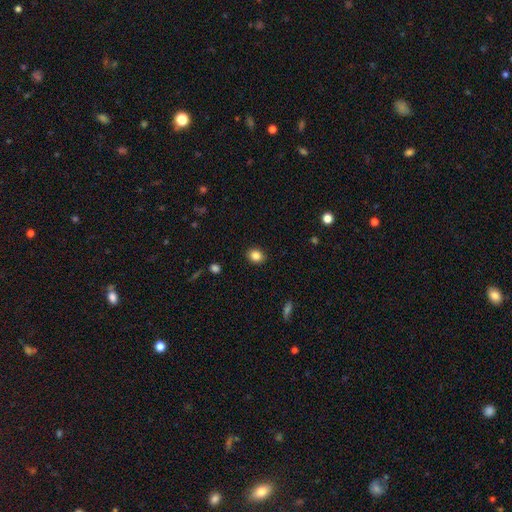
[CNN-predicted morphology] Smooth or featured?
  - smooth: 85% *
  - star or artifact: 10%
  - featured or disk: 5%
How rounded?
  - round: 59% *
  - in between: 40%
  - cigar-shaped: 1%
Merging?
  - none: 90% *
  - minor disturbance: 7%
  - major disturbance: 2%
  - merger: 1%